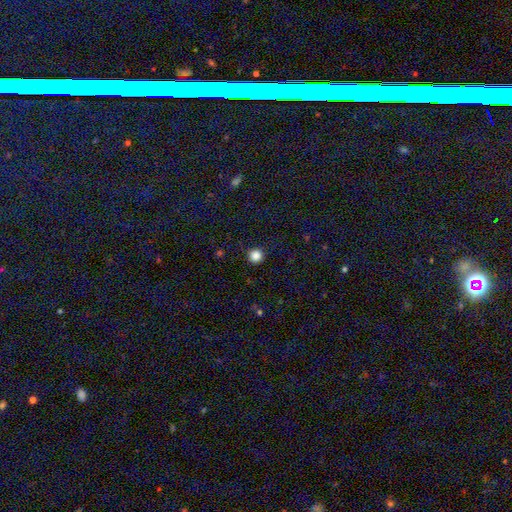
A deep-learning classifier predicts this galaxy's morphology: Smooth or featured? smooth (86%)
How rounded? round (95%)
Merging? none (91%)